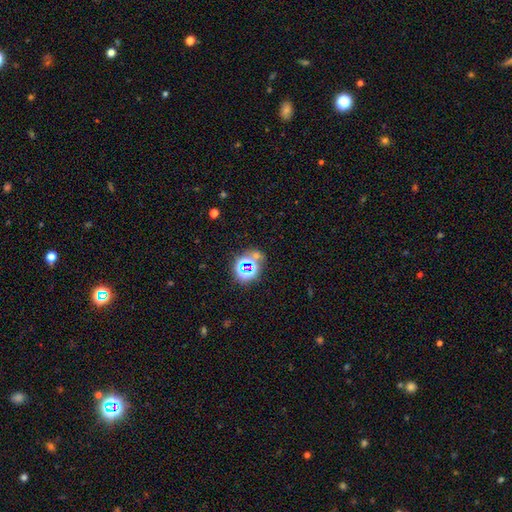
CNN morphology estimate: A star or artifact, not a galaxy (65%).

Vote fractions:
- Smooth or featured? star or artifact: 65% / smooth: 25% / featured or disk: 10%